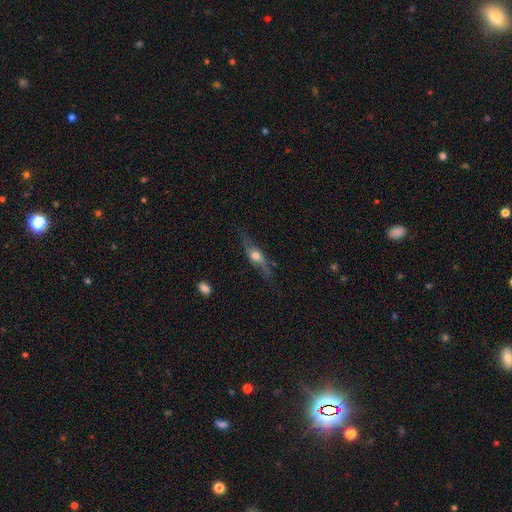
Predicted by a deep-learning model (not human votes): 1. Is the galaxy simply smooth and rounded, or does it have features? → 67% featured or disk, 26% smooth, 7% star or artifact.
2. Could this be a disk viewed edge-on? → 81% yes, 19% no.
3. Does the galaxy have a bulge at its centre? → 94% rounded, 4% boxy, 2% none.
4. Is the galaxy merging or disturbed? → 73% none, 18% minor disturbance, 7% major disturbance, 2% merger.